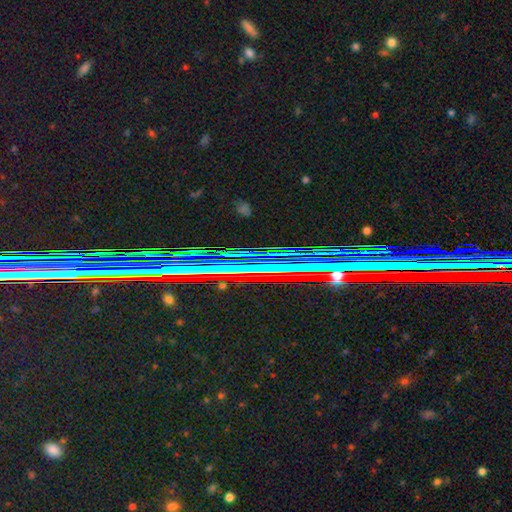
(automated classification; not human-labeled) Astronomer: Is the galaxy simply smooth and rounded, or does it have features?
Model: star or artifact — 82%.